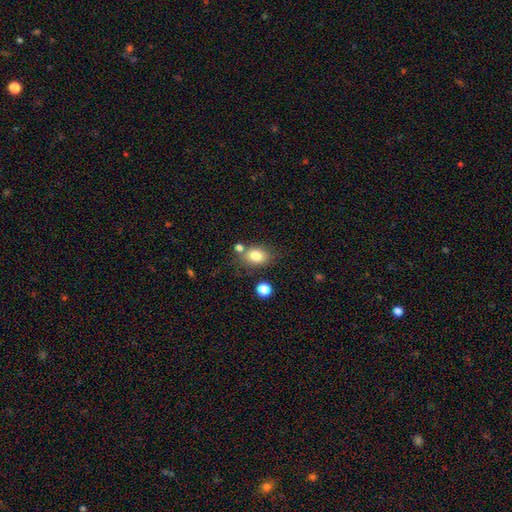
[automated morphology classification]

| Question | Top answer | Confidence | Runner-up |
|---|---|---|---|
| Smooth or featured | smooth | 81% | star or artifact (10%) |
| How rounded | in between | 73% | round (26%) |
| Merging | none | 68% | minor disturbance (15%) |